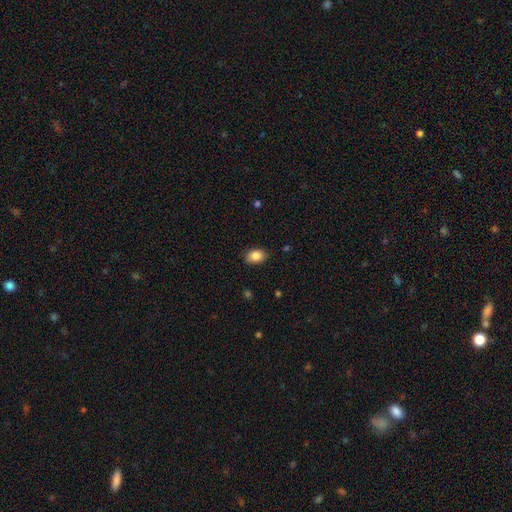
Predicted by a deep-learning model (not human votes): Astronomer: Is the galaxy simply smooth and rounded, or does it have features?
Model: smooth — 87%.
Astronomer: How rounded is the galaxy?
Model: in between — 81%.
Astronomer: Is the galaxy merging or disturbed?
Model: none — 86%.